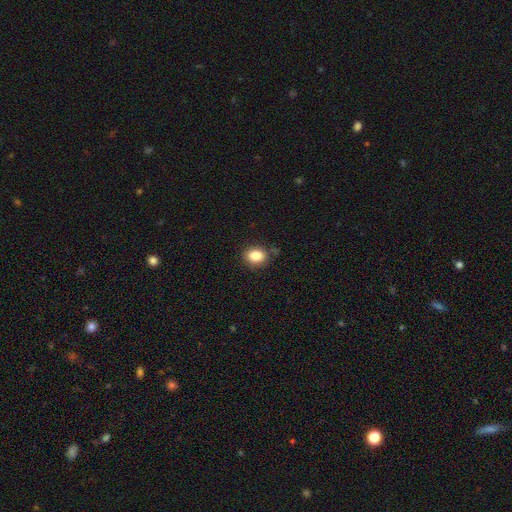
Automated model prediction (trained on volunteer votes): Smooth or featured? Predicted: smooth (p=0.85). How rounded? Predicted: in between (p=0.53). Merging? Predicted: none (p=0.79).